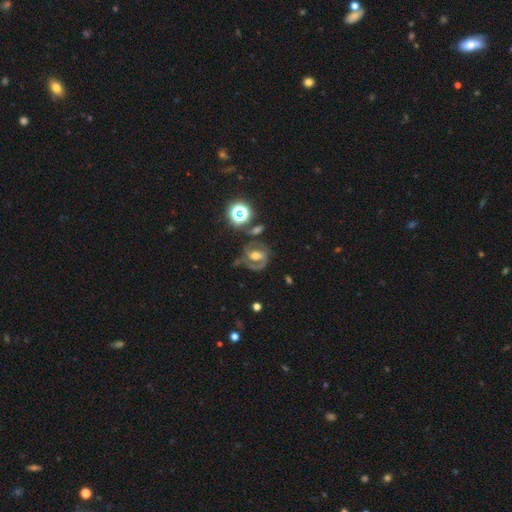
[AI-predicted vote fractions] Overall: featured or disk (77%). Edge-on disk: no (97%). Bar: weak (40%; strong 34%). Spiral arms: yes (89%). Spiral arm count: 2 (77%). Spiral winding: medium (51%; tight 34%). Bulge size: moderate (67%). Merging: none (59%).